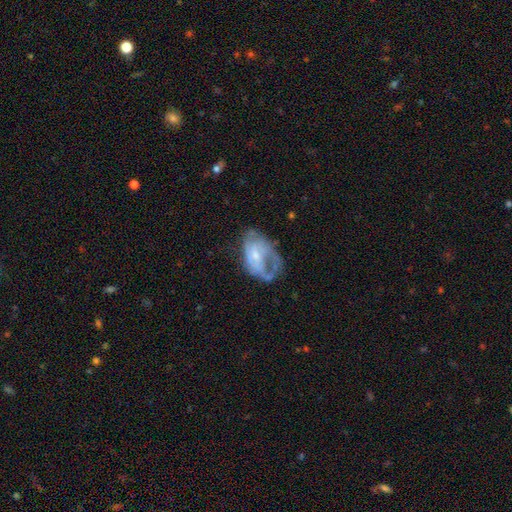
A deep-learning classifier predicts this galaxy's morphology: Smooth or featured: featured or disk — 63% (smooth — 29%)
Edge-on disk: no — 96% (yes — 4%)
Bar: no — 59% (weak — 34%)
Spiral arms: yes — 51% (no — 49%)
Bulge size: small — 52% (moderate — 32%)
Merging: major disturbance — 41% (none — 30%)